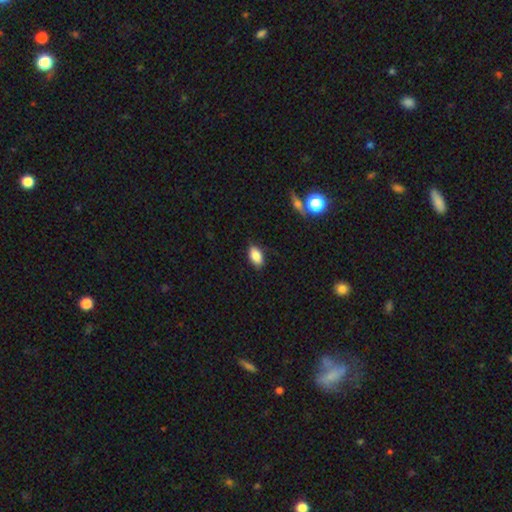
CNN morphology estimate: The model was most divided on "merging": none: 81%, minor disturbance: 15%, major disturbance: 3%, merger: 1%. More confident: how rounded — in between (90%); smooth or featured — smooth (84%).